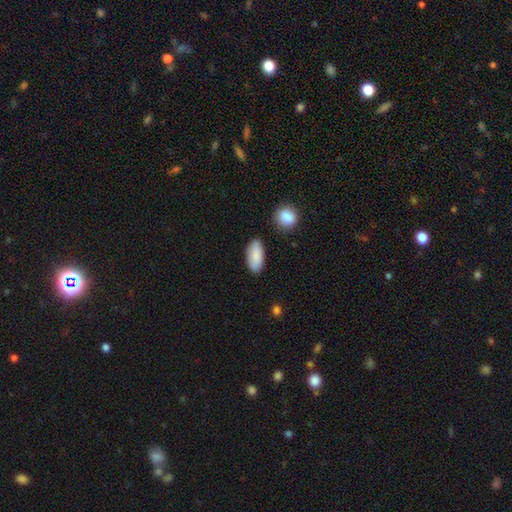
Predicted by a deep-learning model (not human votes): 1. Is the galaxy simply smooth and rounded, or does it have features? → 86% smooth, 8% featured or disk, 6% star or artifact.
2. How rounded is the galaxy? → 89% in between, 9% cigar-shaped, 2% round.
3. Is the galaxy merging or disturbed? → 82% none, 12% minor disturbance, 4% merger, 3% major disturbance.